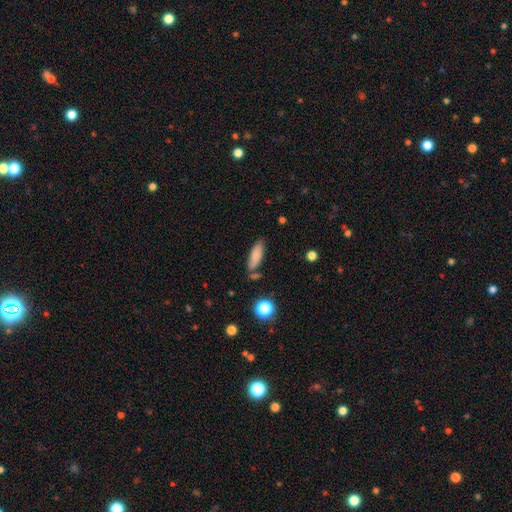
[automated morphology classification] The model was most divided on "how rounded": in between: 63%, cigar-shaped: 35%, round: 2%. More confident: smooth or featured — smooth (82%); merging — none (74%).